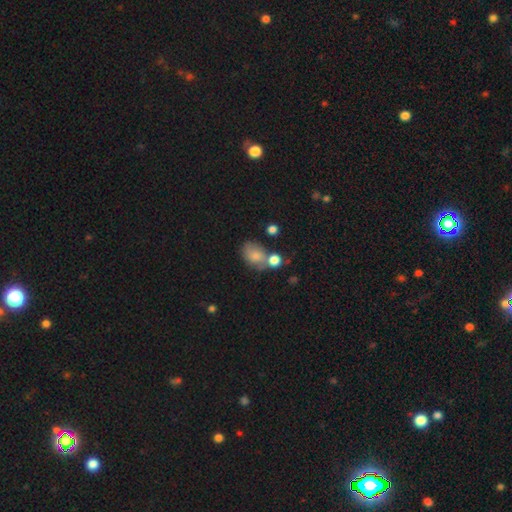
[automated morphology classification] smooth_or_featured: smooth (p=0.75) [alt: featured or disk p=0.14]
how_rounded: in between (p=0.71) [alt: round p=0.28]
merging: none (p=0.40) [alt: merger p=0.28]